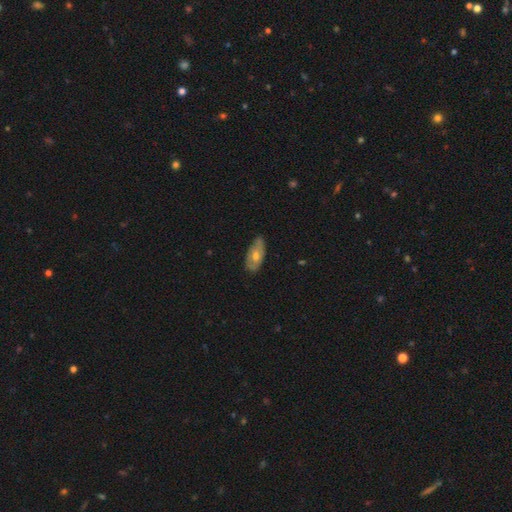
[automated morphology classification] smooth_or_featured: smooth (p=0.48) [alt: featured or disk p=0.45]
merging: none (p=0.75) [alt: minor disturbance p=0.21]